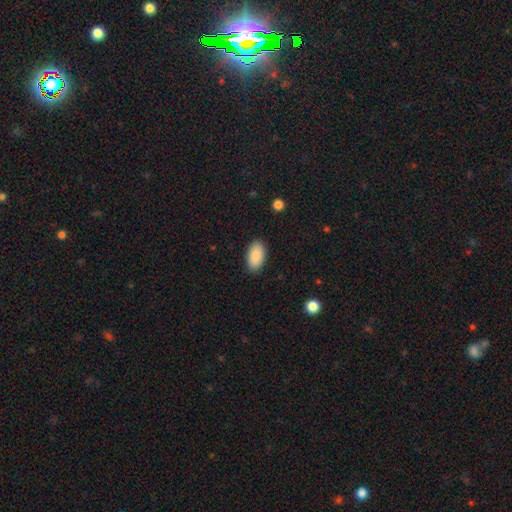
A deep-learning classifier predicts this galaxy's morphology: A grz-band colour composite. It shows a smooth galaxy with no disk features (90%) that is in between round and cigar-shaped (95%). Merging: none (87%).